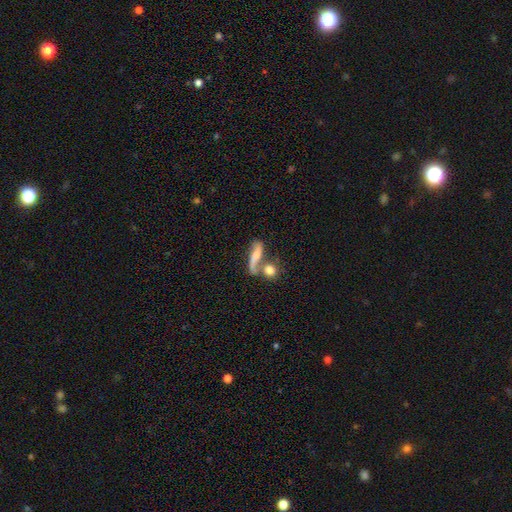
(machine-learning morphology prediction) A featured or disk galaxy (53%). Merging: none (38%).